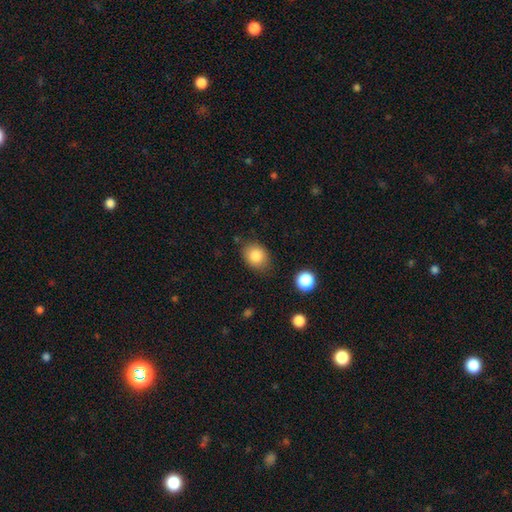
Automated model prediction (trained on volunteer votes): Smooth or featured? smooth (84%)
How rounded? round (51%)
Merging? none (79%)